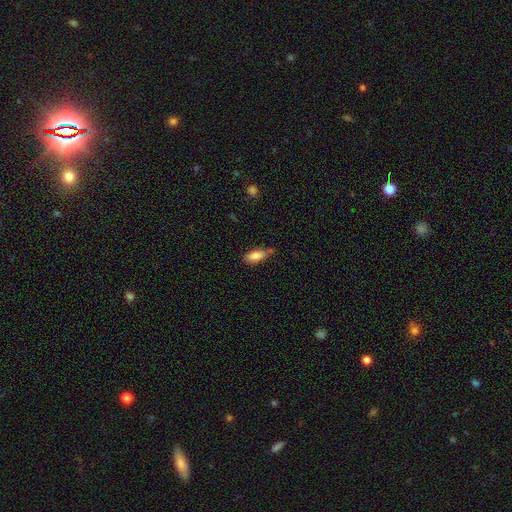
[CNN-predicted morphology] This is clearly a smooth galaxy (84%). How rounded: likely in between (75%). Merging: possibly none (56%).